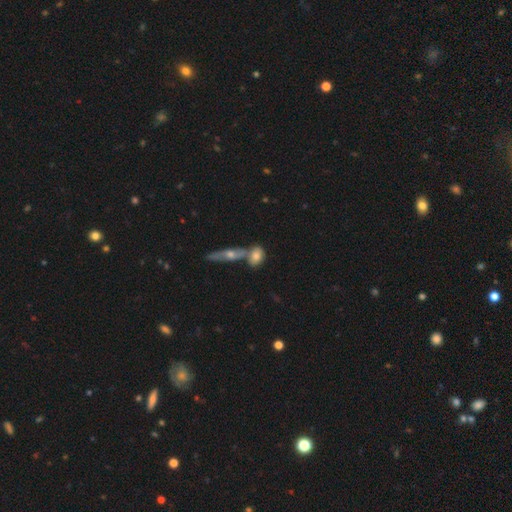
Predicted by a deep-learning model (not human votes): Smooth or featured? smooth (67%)
How rounded? in between (64%)
Merging? merger (42%, tied with none)